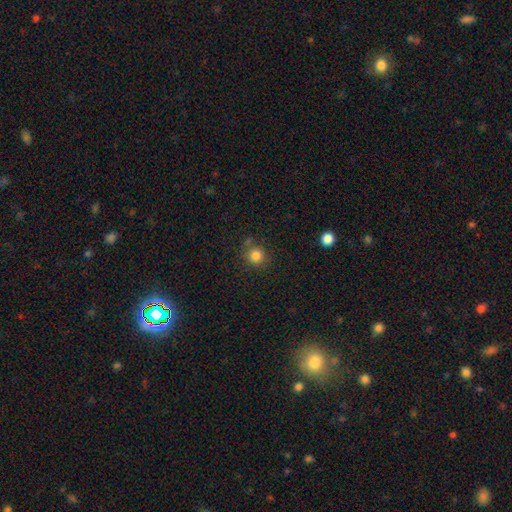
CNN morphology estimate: A smooth galaxy with no disk features (83%) that is round (91%). Merging: none (77%).